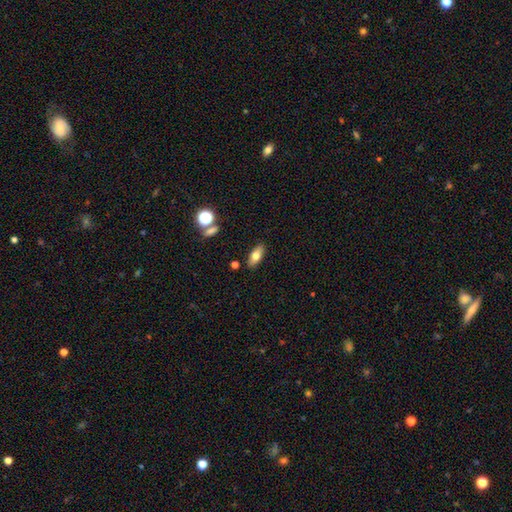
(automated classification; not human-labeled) Overall: smooth (69%). How rounded: in between (77%). Merging: none (86%).